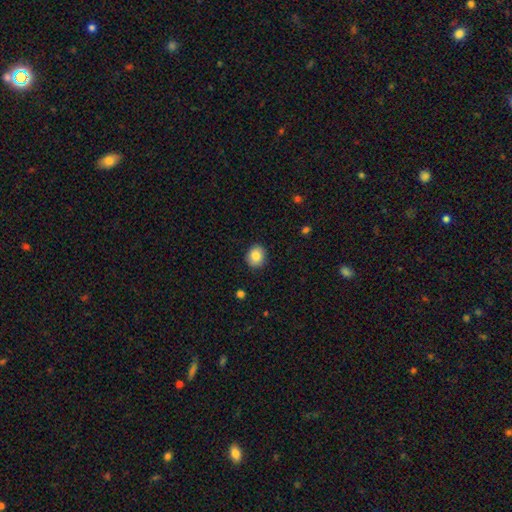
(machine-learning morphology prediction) This is clearly a smooth galaxy (85%). How rounded: likely round (71%). Merging: clearly none (89%).